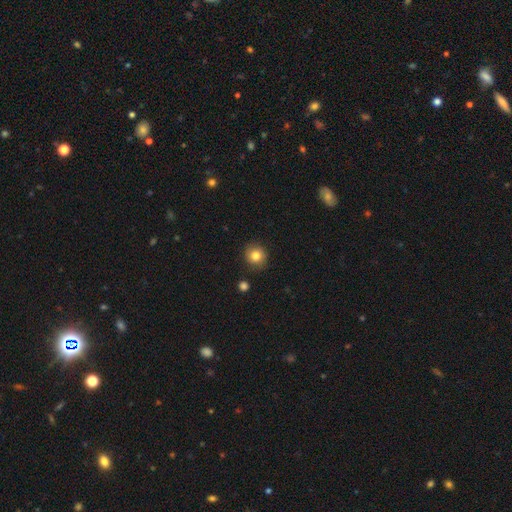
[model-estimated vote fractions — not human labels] Smooth or featured? smooth (81%)
How rounded? round (88%)
Merging? none (87%)